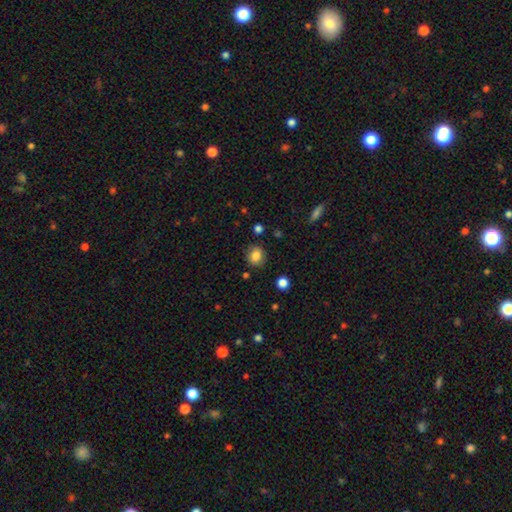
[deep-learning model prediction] smooth_or_featured: smooth (p=0.83) [alt: star or artifact p=0.10]
how_rounded: round (p=0.74) [alt: in between p=0.25]
merging: none (p=0.86) [alt: minor disturbance p=0.09]